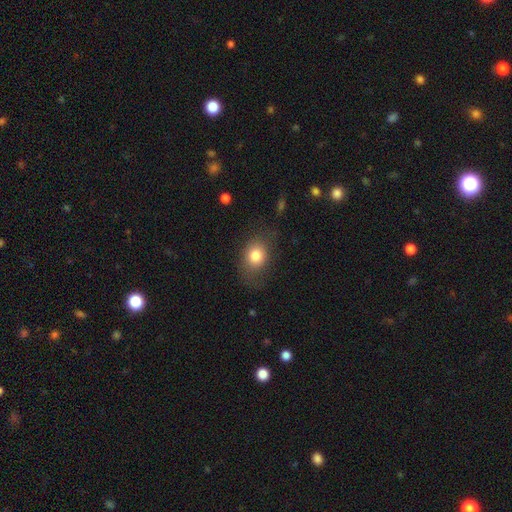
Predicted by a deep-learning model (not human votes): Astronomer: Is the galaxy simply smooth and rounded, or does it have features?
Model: smooth — 79%.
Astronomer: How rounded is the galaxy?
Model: in between — 52% (runner-up: round, 46%).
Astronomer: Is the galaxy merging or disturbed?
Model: none — 68%.